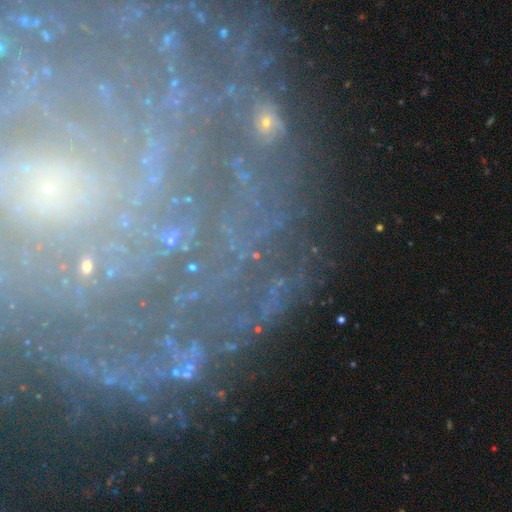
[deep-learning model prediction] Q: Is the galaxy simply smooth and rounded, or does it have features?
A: star or artifact — 50%.